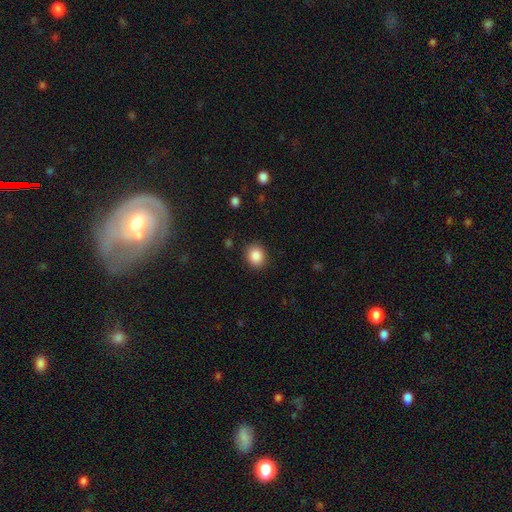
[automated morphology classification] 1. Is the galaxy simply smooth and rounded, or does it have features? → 87% smooth, 9% star or artifact, 4% featured or disk.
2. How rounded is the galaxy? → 73% round, 26% in between, 1% cigar-shaped.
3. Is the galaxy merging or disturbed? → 88% none, 8% minor disturbance, 3% major disturbance, 1% merger.